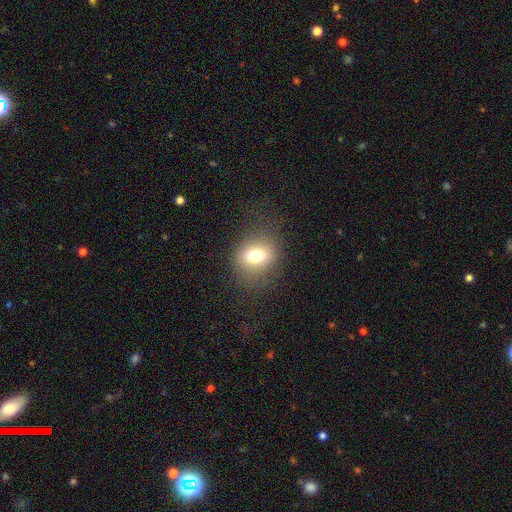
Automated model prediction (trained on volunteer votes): Q: Smooth or featured?
A: smooth (73%); runner-up: featured or disk (14%)
Q: How rounded?
A: in between (50%); runner-up: round (48%)
Q: Merging?
A: none (77%); runner-up: minor disturbance (14%)